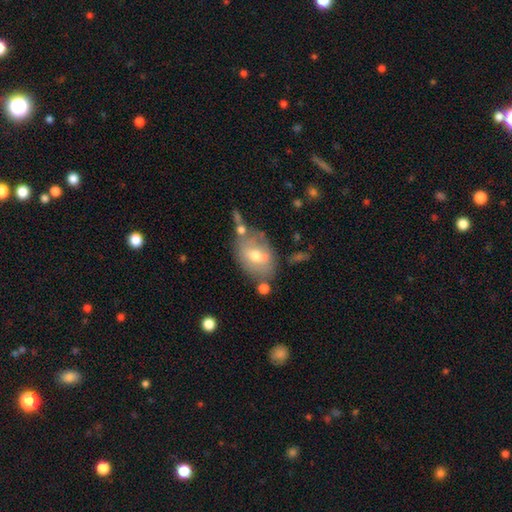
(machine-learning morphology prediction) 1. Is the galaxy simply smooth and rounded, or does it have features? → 52% smooth, 39% featured or disk, 8% star or artifact.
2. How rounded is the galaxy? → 78% in between, 20% round, 2% cigar-shaped.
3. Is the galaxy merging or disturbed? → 58% none, 21% minor disturbance, 13% merger, 8% major disturbance.